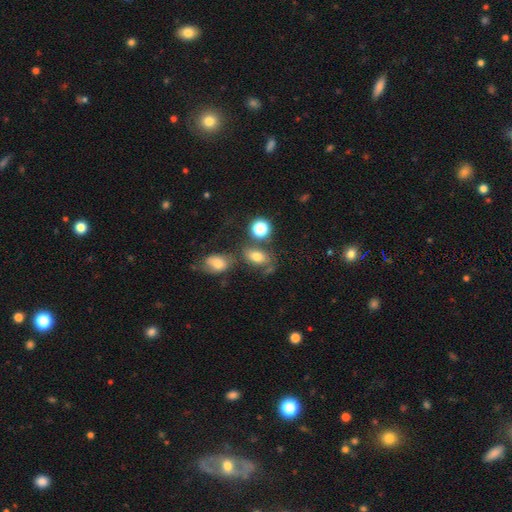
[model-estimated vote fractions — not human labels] A smooth galaxy with no disk features (69%) that is in between round and cigar-shaped (77%).

Vote fractions:
- Smooth or featured? smooth: 69% / star or artifact: 16% / featured or disk: 15%
- How rounded? in between: 77% / round: 20% / cigar-shaped: 2%
- Merging? none: 54% / merger: 19% / minor disturbance: 18% / major disturbance: 9%